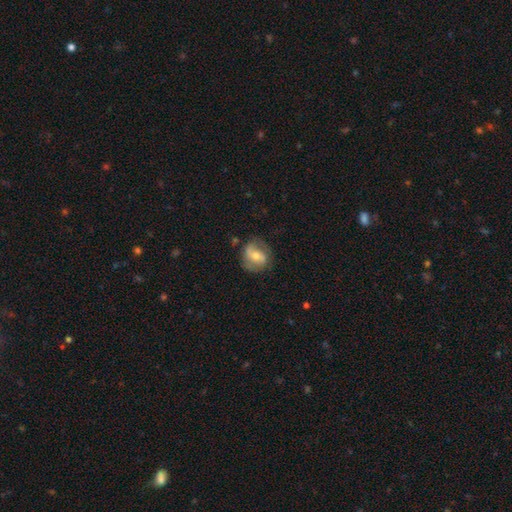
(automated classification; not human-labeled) featured or disk 54%, smooth 39%, star or artifact 7%. Down the decision tree: edge-on disk — no (96%); bar — weak (38%); spiral arms — yes (75%); bulge size — moderate (56%); merging — none (68%).